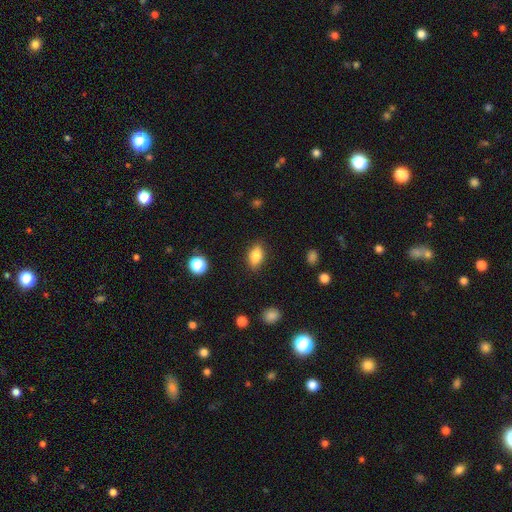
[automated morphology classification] A smooth galaxy with no disk features (82%) that is in between round and cigar-shaped (87%). Merging: none (86%).